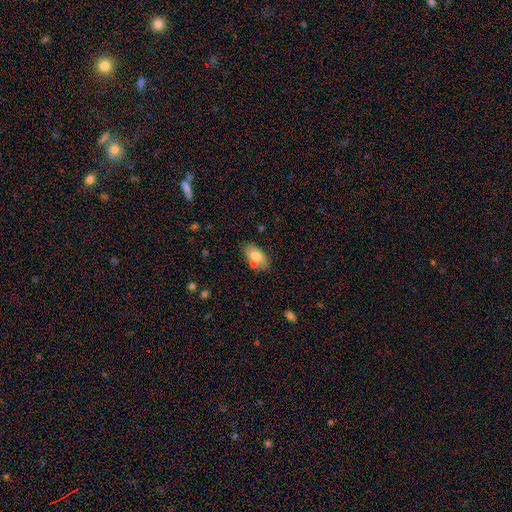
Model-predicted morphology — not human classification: smooth 74%, featured or disk 19%, star or artifact 8%. Down the decision tree: how rounded — in between (91%); merging — none (65%).